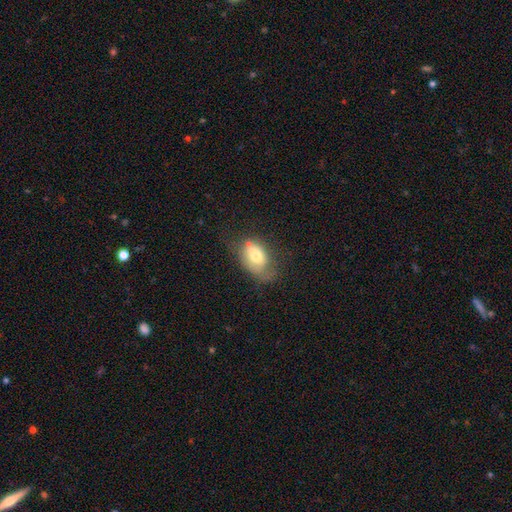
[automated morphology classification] This is likely a smooth galaxy (69%). How rounded: clearly in between (82%). Merging: marginally none (42%).